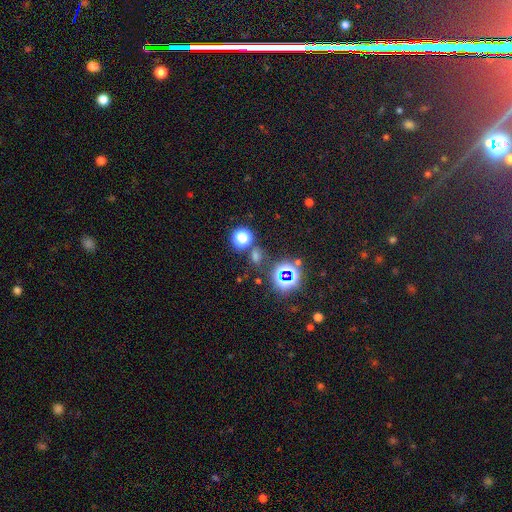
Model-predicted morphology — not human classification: Smooth or featured?
  - star or artifact: 52% *
  - smooth: 40%
  - featured or disk: 8%